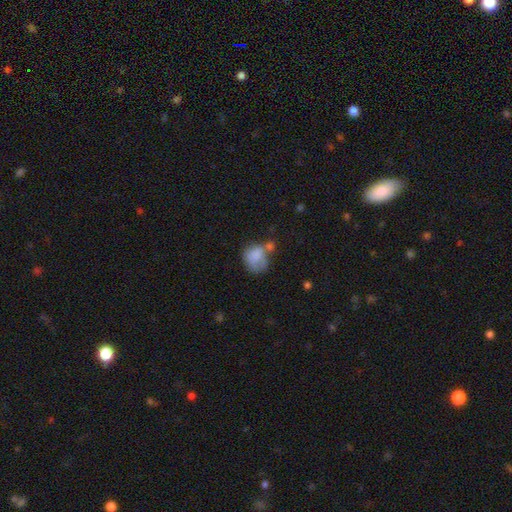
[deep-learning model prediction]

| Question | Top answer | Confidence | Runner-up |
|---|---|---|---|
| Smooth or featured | smooth | 75% | featured or disk (16%) |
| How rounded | round | 51% | in between (48%) |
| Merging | none | 30% | minor disturbance (25%) |